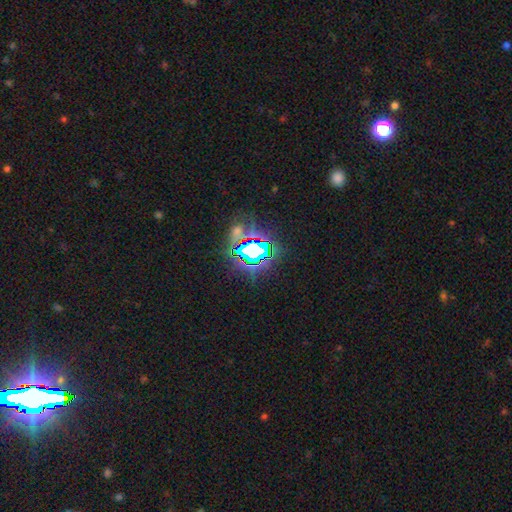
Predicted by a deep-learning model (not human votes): smooth-or-featured: star or artifact: 78% | smooth: 13% | featured or disk: 9%